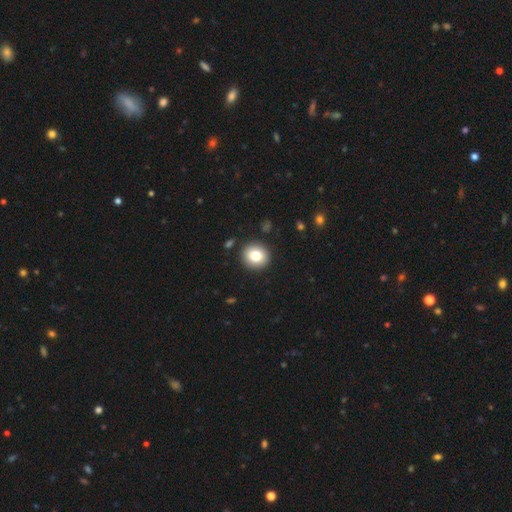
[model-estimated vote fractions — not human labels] Smooth or featured? Predicted: smooth (p=0.80). How rounded? Predicted: round (p=0.91). Merging? Predicted: none (p=0.91).